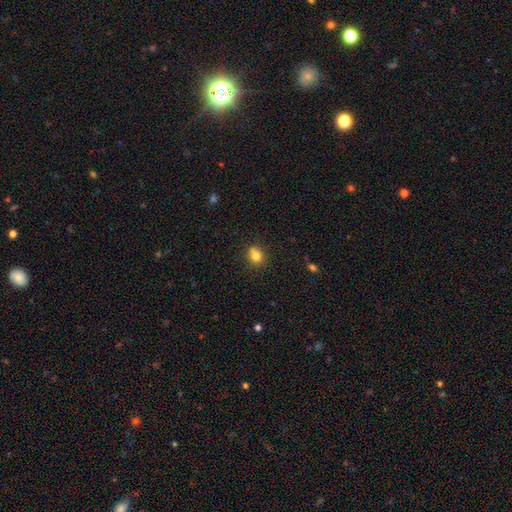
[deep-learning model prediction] smooth 79%, star or artifact 12%, featured or disk 9%. Down the decision tree: how rounded — round (73%); merging — none (61%).